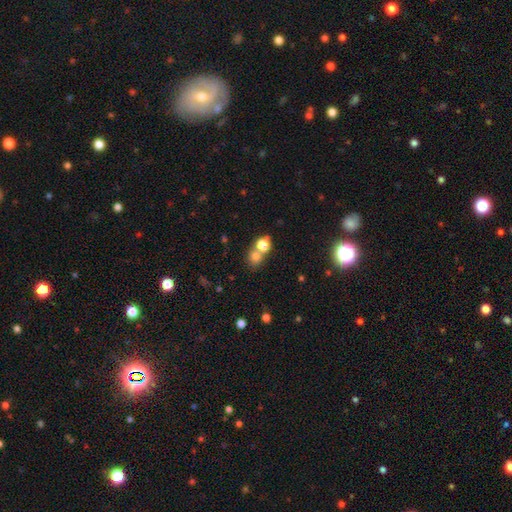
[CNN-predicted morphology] Smooth or featured: smooth — 74% (star or artifact — 17%)
How rounded: round — 73% (in between — 25%)
Merging: none — 47% (merger — 41%)